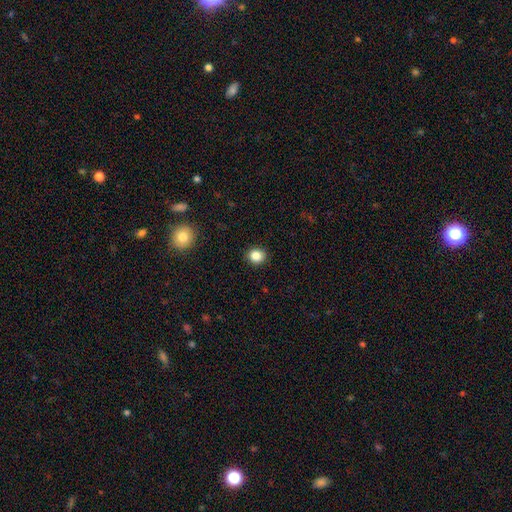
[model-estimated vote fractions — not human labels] This appears to be a smooth galaxy with no disk features (85%) that is round (79%). Merging: none (91%).